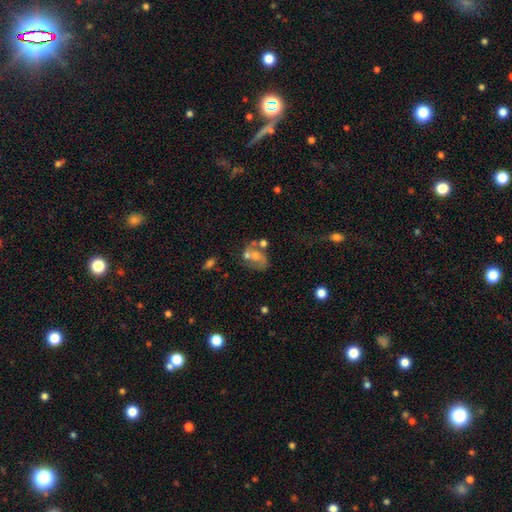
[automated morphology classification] featured or disk 52%, smooth 36%, star or artifact 12%. Down the decision tree: edge-on disk — no (97%); bar — no (74%); spiral arms — yes (52%); bulge size — small (35%, tied with moderate); merging — none (31%, tied with merger).